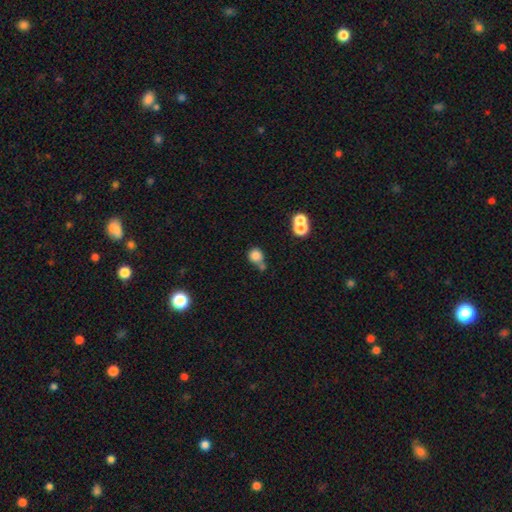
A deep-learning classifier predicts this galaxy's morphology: This is clearly a smooth galaxy (80%). How rounded: clearly round (83%). Merging: possibly none (48%).